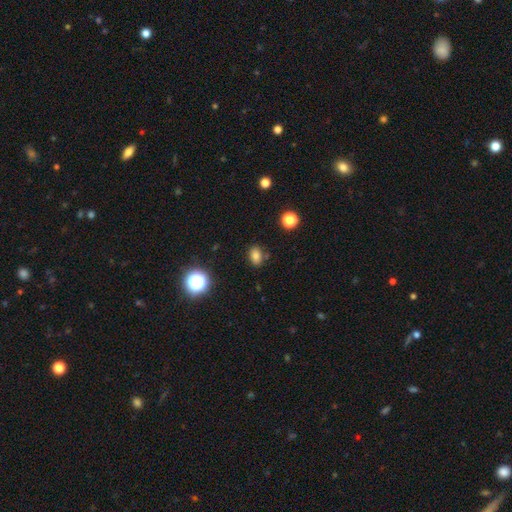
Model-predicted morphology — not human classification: This is likely a smooth galaxy (79%). How rounded: likely in between (77%). Merging: clearly none (81%).